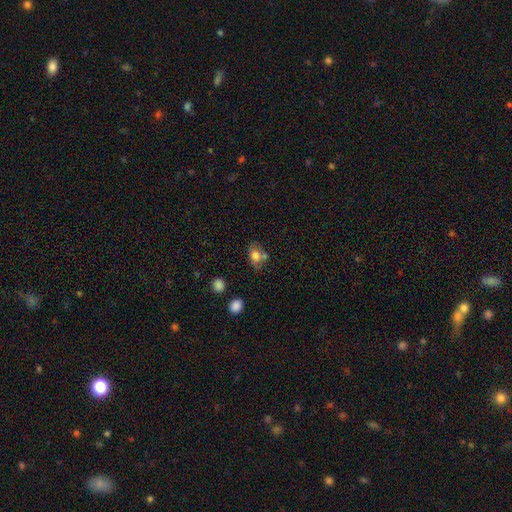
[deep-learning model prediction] Smooth or featured? Predicted: smooth (p=0.75). How rounded? Predicted: in between (p=0.68). Merging? Predicted: none (p=0.52).